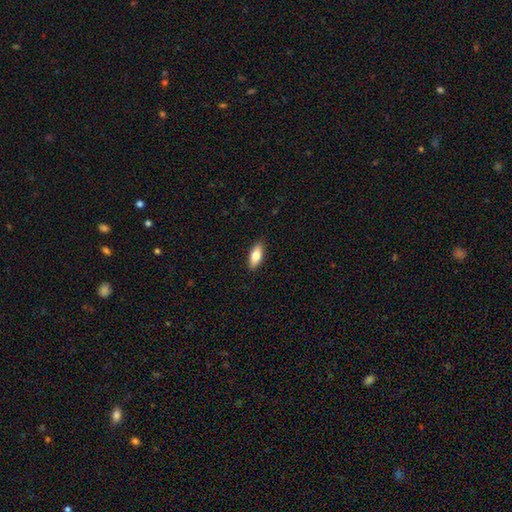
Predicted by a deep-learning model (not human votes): Morphology: type=smooth (77%); roundness=in between (80%); merging=none (89%).